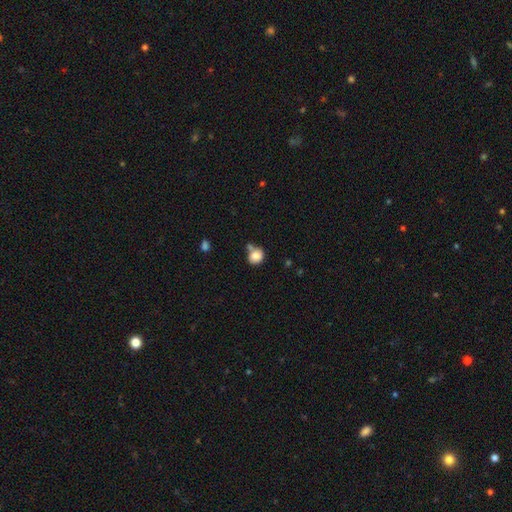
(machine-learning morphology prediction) Overall: smooth (83%). How rounded: round (72%). Merging: none (56%; merger 22%).